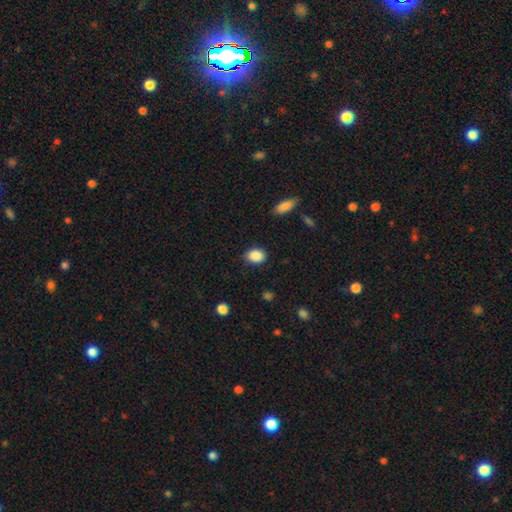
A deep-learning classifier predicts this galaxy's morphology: Smooth or featured? smooth (89%)
How rounded? in between (73%)
Merging? none (83%)